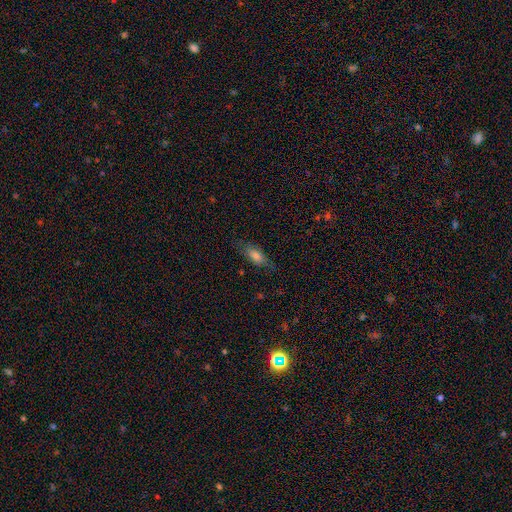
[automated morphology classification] A smooth galaxy with no disk features (68%) that is in between round and cigar-shaped (68%).

Vote fractions:
- Smooth or featured? smooth: 68% / featured or disk: 23% / star or artifact: 9%
- How rounded? in between: 68% / cigar-shaped: 29% / round: 3%
- Merging? none: 74% / minor disturbance: 19% / major disturbance: 5% / merger: 1%